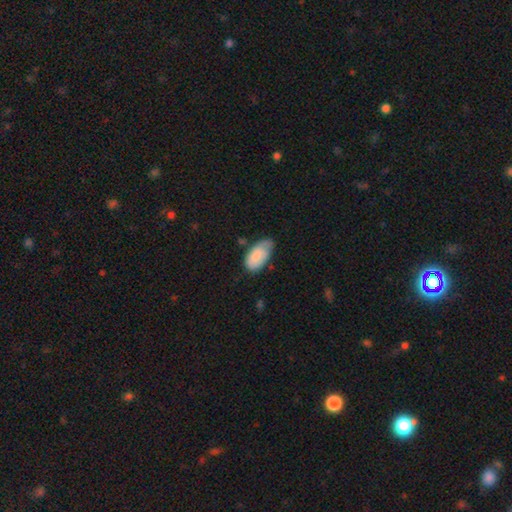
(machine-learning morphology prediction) smooth_or_featured: smooth (p=0.78) [alt: featured or disk p=0.16]
how_rounded: in between (p=0.95) [alt: round p=0.03]
merging: none (p=0.44) [alt: minor disturbance p=0.42]